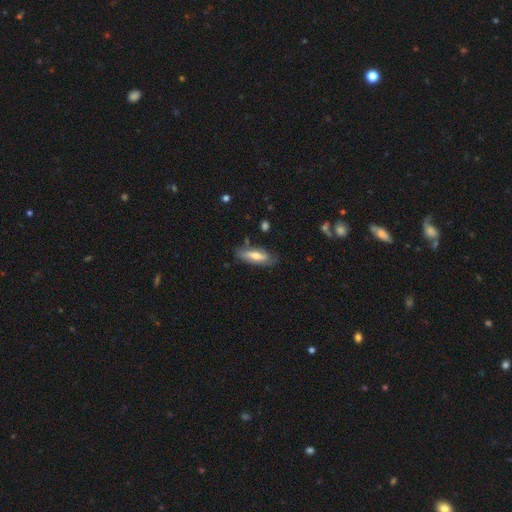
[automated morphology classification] smooth 54%, featured or disk 39%, star or artifact 6%. Down the decision tree: how rounded — in between (54%); merging — none (76%).